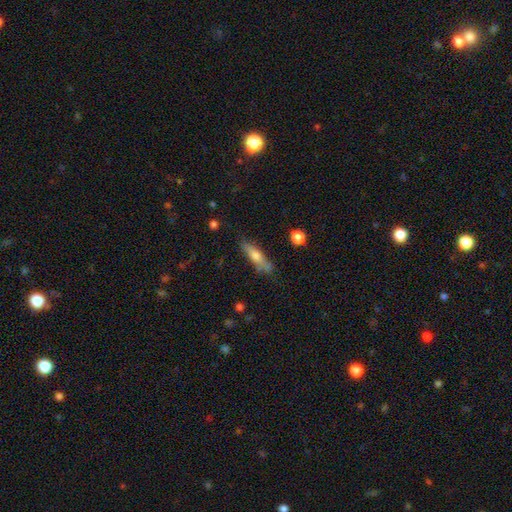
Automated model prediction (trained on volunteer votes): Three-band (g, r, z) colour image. It shows a smooth galaxy with no disk features (59%) that is cigar-shaped (69%). Merging: none (70%).